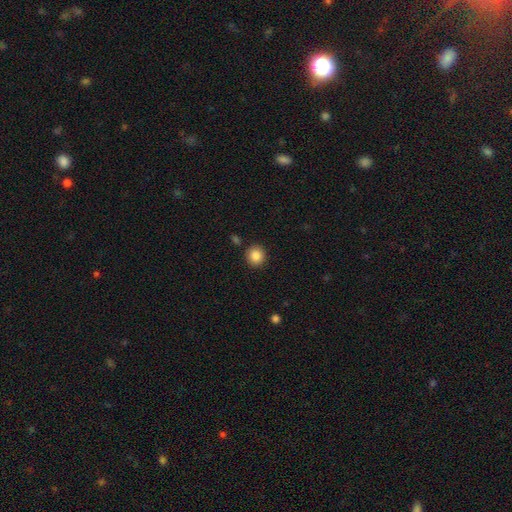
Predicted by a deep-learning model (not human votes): Overall: smooth (86%). How rounded: round (91%). Merging: none (90%).